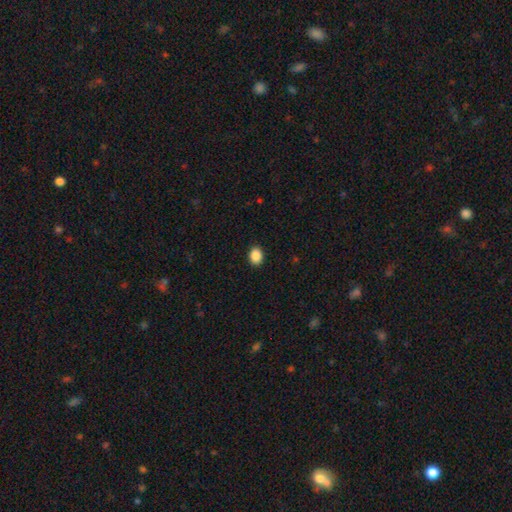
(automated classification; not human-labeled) Smooth or featured? Predicted: smooth (p=0.89). How rounded? Predicted: in between (p=0.56). Merging? Predicted: none (p=0.91).